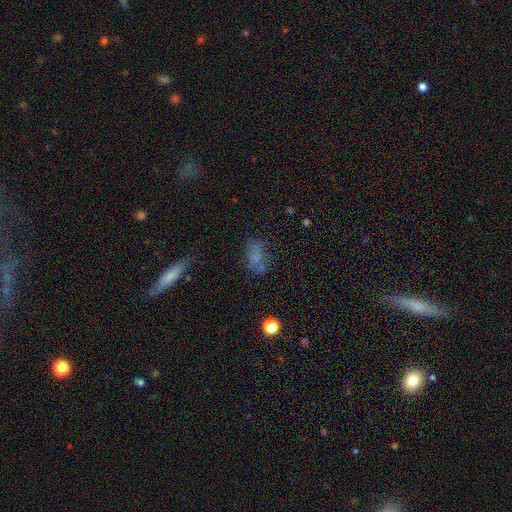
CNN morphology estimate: This is likely a smooth galaxy (64%). How rounded: likely in between (79%). Merging: possibly none (51%).